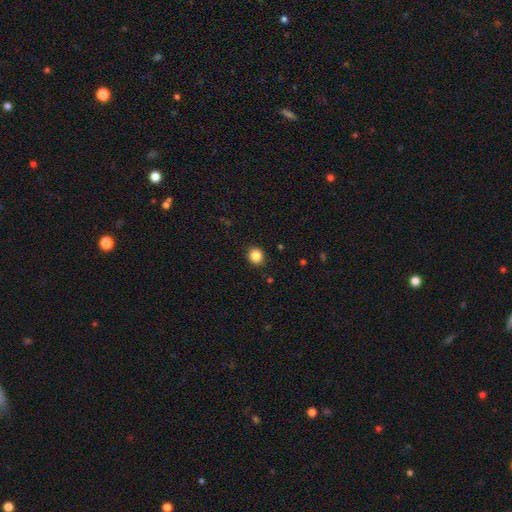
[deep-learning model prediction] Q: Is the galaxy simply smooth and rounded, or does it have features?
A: smooth — 86%.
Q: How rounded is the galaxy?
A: round — 82%.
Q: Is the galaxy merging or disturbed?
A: none — 90%.